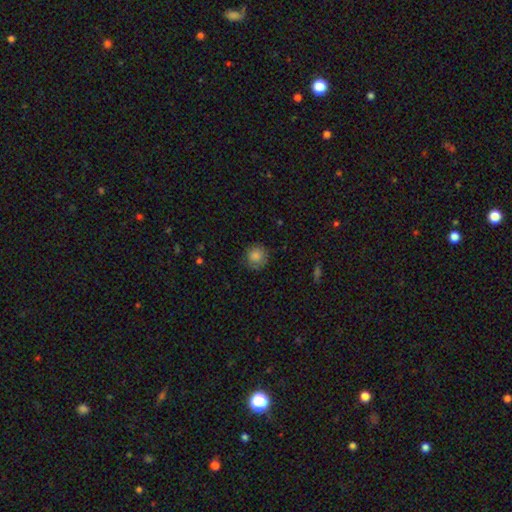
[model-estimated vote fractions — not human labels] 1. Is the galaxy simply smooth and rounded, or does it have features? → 84% smooth, 10% star or artifact, 7% featured or disk.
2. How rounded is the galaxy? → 92% round, 7% in between, 1% cigar-shaped.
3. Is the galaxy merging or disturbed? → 83% none, 13% minor disturbance, 3% major disturbance, 1% merger.